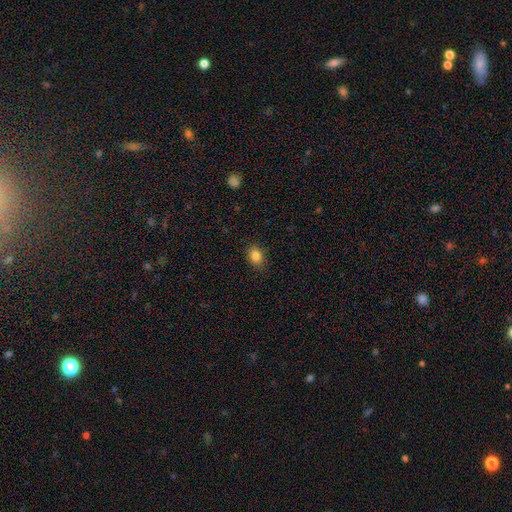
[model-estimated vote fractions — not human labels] Q: Smooth or featured?
A: smooth (84%); runner-up: star or artifact (10%)
Q: How rounded?
A: in between (65%); runner-up: round (34%)
Q: Merging?
A: none (86%); runner-up: minor disturbance (10%)